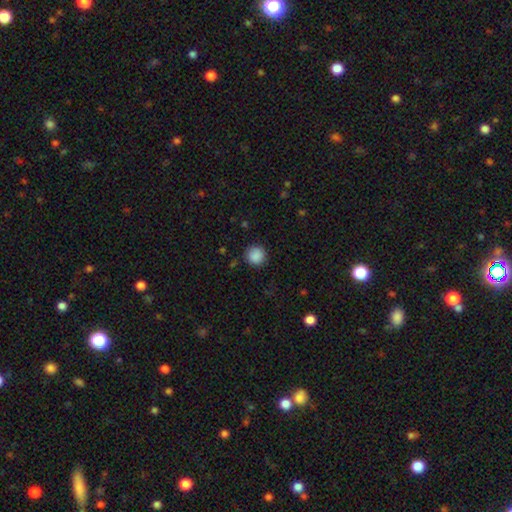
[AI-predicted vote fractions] Smooth or featured: smooth — 88% (star or artifact — 9%)
How rounded: round — 94% (in between — 5%)
Merging: none — 89% (minor disturbance — 8%)